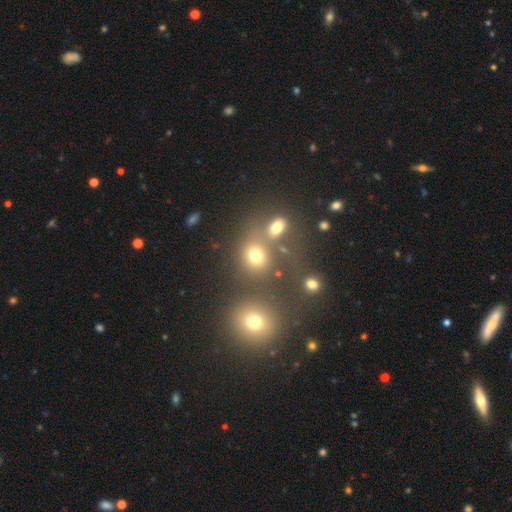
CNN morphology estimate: Q: Smooth or featured?
A: smooth (72%); runner-up: star or artifact (18%)
Q: How rounded?
A: round (71%); runner-up: in between (28%)
Q: Merging?
A: none (53%); runner-up: merger (31%)